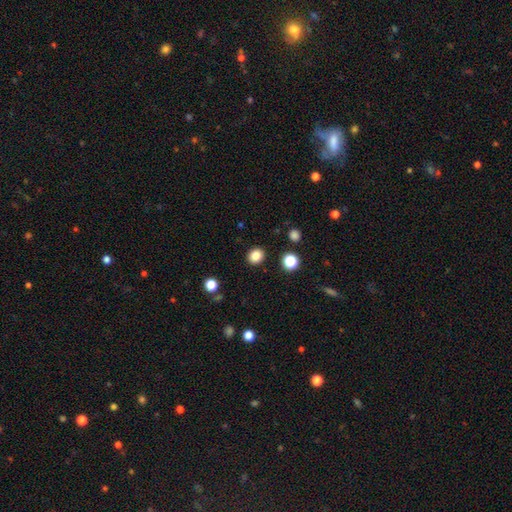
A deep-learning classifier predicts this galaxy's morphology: A smooth galaxy with no disk features (84%) that is round (75%).

Vote fractions:
- Smooth or featured? smooth: 84% / star or artifact: 12% / featured or disk: 4%
- How rounded? round: 75% / in between: 24% / cigar-shaped: 1%
- Merging? none: 90% / minor disturbance: 6% / major disturbance: 2% / merger: 2%